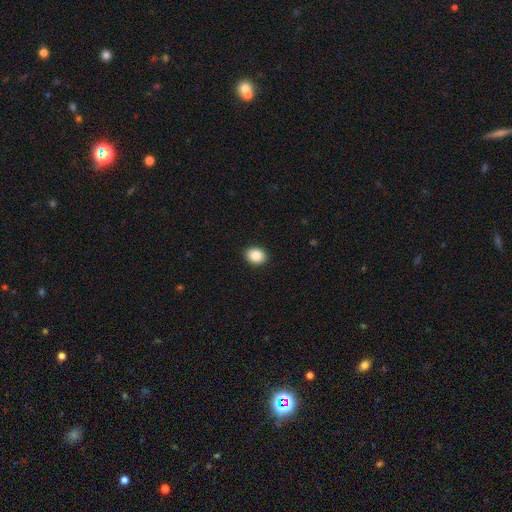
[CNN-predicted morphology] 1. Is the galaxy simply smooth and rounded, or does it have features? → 86% smooth, 9% star or artifact, 6% featured or disk.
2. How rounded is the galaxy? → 53% in between, 46% round, 1% cigar-shaped.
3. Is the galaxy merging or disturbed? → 92% none, 6% minor disturbance, 2% major disturbance, 1% merger.